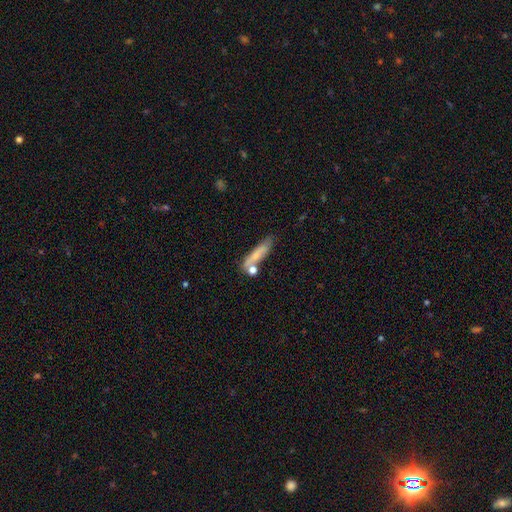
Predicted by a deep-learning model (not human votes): This appears to be a smooth galaxy with no disk features (67%) that is cigar-shaped (77%). Merging: none (59%).